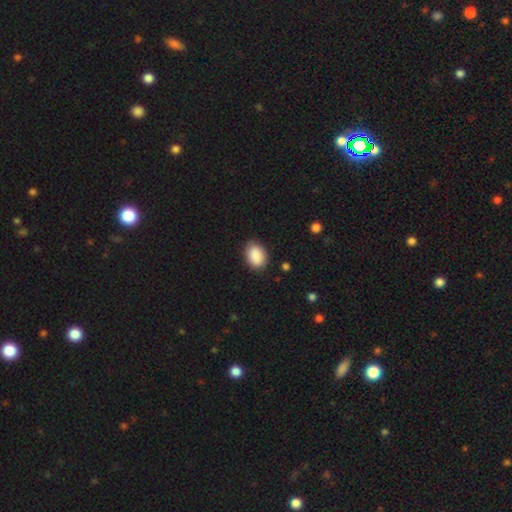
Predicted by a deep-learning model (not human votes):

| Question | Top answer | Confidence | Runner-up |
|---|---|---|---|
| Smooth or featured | smooth | 90% | star or artifact (7%) |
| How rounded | in between | 84% | round (15%) |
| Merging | none | 84% | minor disturbance (12%) |